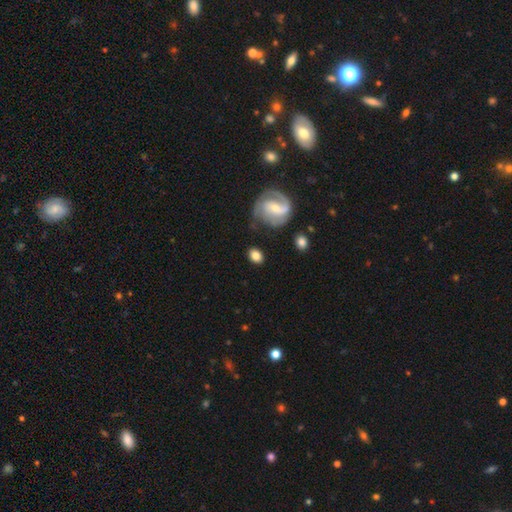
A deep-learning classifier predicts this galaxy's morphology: A smooth galaxy with no disk features (71%) that is in between round and cigar-shaped (63%).

Vote fractions:
- Smooth or featured? smooth: 71% / featured or disk: 22% / star or artifact: 7%
- How rounded? in between: 63% / round: 35% / cigar-shaped: 2%
- Merging? none: 79% / minor disturbance: 13% / major disturbance: 5% / merger: 3%